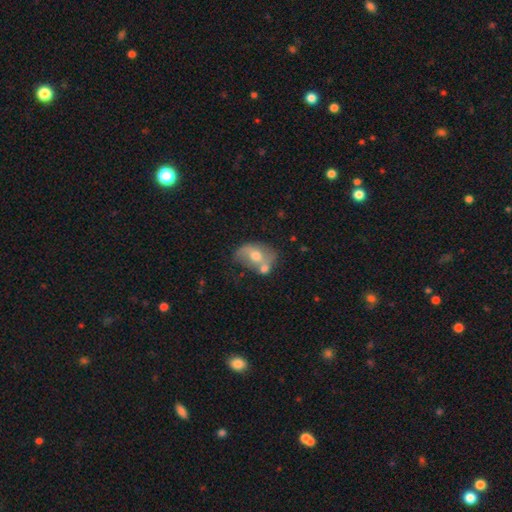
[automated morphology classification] Smooth or featured? Predicted: featured or disk (p=0.55). Edge-on disk? Predicted: no (p=0.94). Bar? Predicted: no (p=0.52). Spiral arms? Predicted: yes (p=0.59). Bulge size? Predicted: moderate (p=0.72). Merging? Predicted: none (p=0.46).